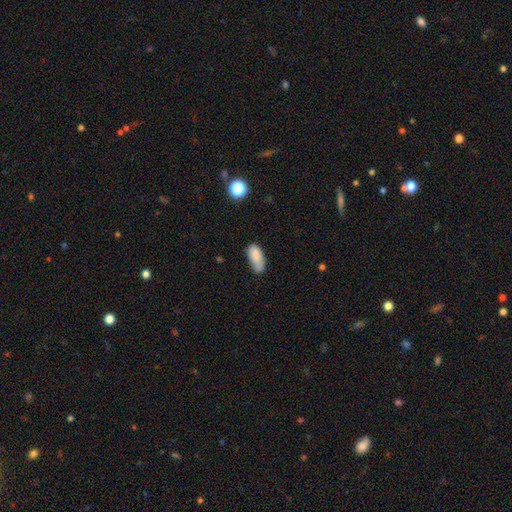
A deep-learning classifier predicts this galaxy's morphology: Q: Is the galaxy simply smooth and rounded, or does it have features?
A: smooth — 82%.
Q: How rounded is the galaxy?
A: in between — 87%.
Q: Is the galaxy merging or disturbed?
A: none — 53%.